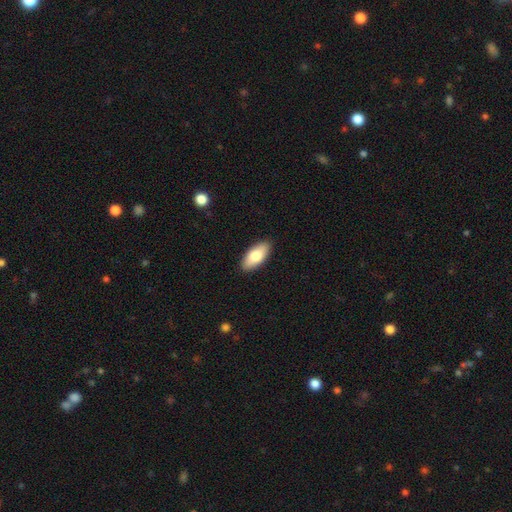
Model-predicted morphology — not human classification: Q: Smooth or featured?
A: smooth (80%); runner-up: featured or disk (15%)
Q: How rounded?
A: in between (88%); runner-up: cigar-shaped (9%)
Q: Merging?
A: none (90%); runner-up: minor disturbance (8%)